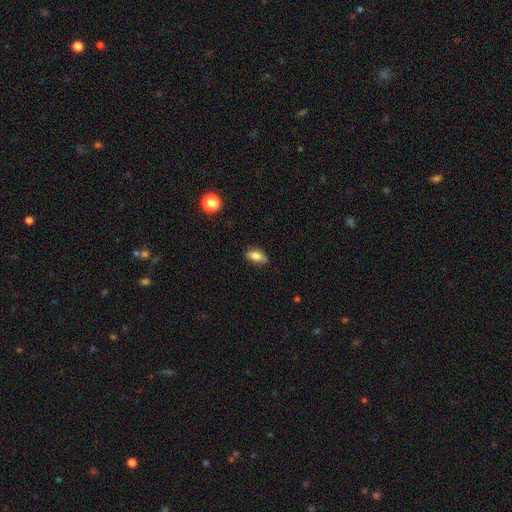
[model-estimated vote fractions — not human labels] Smooth or featured?
  - smooth: 77% *
  - featured or disk: 15%
  - star or artifact: 8%
How rounded?
  - in between: 86% *
  - cigar-shaped: 9%
  - round: 6%
Merging?
  - none: 66% *
  - minor disturbance: 27%
  - major disturbance: 5%
  - merger: 2%